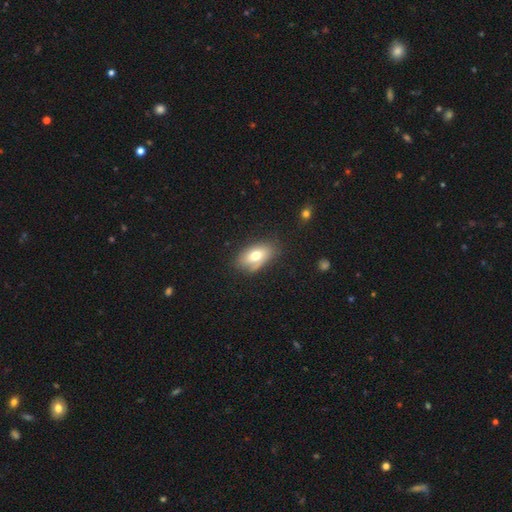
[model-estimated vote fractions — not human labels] smooth-or-featured: smooth: 69% | featured or disk: 23% | star or artifact: 8%
  how-rounded: in between: 89% | round: 8% | cigar-shaped: 3%
  merging: none: 71% | minor disturbance: 22% | major disturbance: 5% | merger: 2%